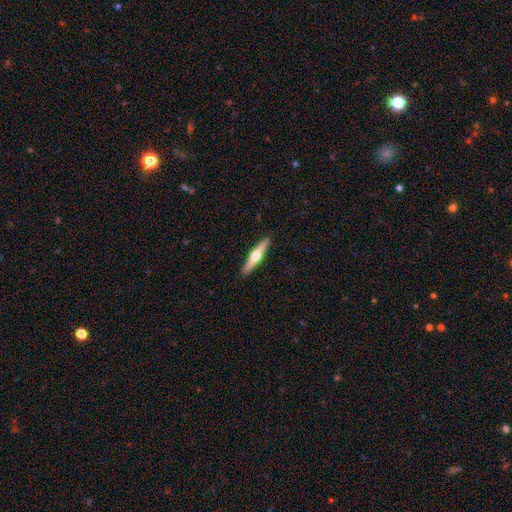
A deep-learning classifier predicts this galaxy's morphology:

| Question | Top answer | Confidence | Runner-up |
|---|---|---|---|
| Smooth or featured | featured or disk | 64% | smooth (31%) |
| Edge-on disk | yes | 97% | no (3%) |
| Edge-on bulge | rounded | 95% | none (3%) |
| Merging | none | 92% | minor disturbance (6%) |